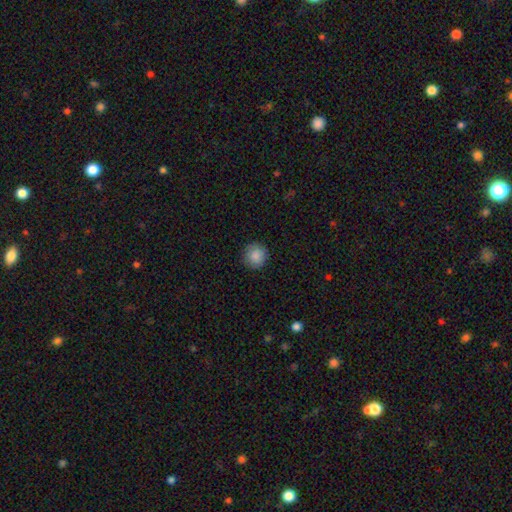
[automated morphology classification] Smooth or featured: smooth — 87% (star or artifact — 8%)
How rounded: round — 94% (in between — 5%)
Merging: none — 90% (minor disturbance — 7%)